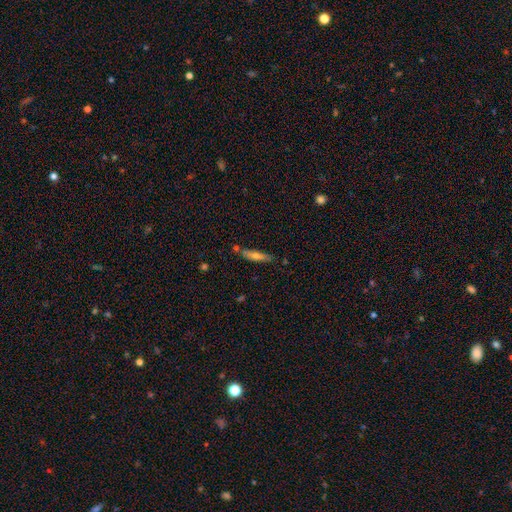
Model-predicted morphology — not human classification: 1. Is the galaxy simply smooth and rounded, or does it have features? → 56% smooth, 37% featured or disk, 7% star or artifact.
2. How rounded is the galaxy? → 79% cigar-shaped, 18% in between, 2% round.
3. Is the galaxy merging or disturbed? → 73% none, 16% minor disturbance, 8% merger, 3% major disturbance.